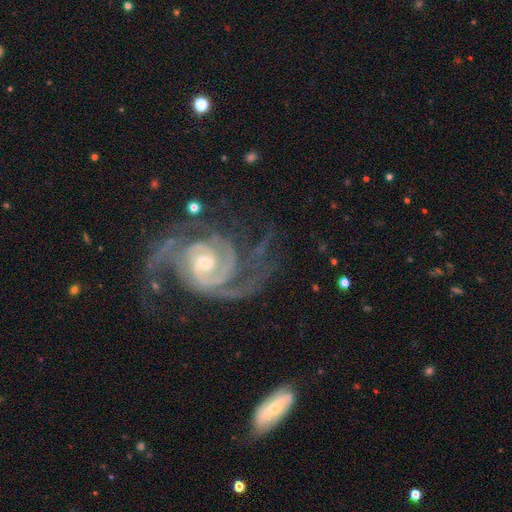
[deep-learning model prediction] This is clearly a featured or disk galaxy (91%). It is clearly not viewed edge-on (97%). Bar: possibly no (53%). Spiral arm pattern: clearly yes (98%). Spiral arm count: clearly 2 (83%). Spiral winding: possibly medium (51%). Central bulge: possibly moderate (52%). Merging: likely none (70%).